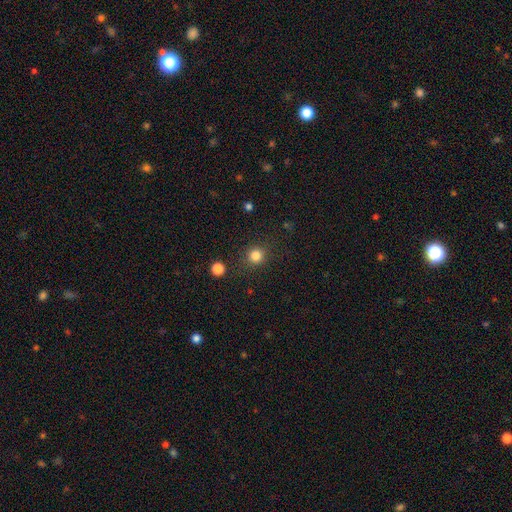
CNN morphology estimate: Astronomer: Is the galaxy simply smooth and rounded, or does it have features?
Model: smooth — 83%.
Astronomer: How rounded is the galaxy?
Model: round — 89%.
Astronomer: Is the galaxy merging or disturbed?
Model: none — 86%.